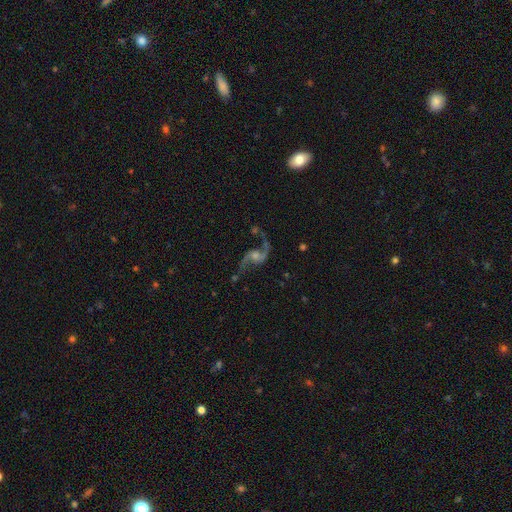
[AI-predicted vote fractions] Smooth or featured: featured or disk — 89% (star or artifact — 7%)
Edge-on disk: no — 97% (yes — 3%)
Bar: no — 58% (weak — 33%)
Spiral arms: yes — 97% (no — 3%)
Spiral winding: loose — 81% (medium — 16%)
Spiral arm count: 2 — 94% (1 — 2%)
Bulge size: moderate — 42% (small — 41%)
Merging: none — 74% (minor disturbance — 13%)